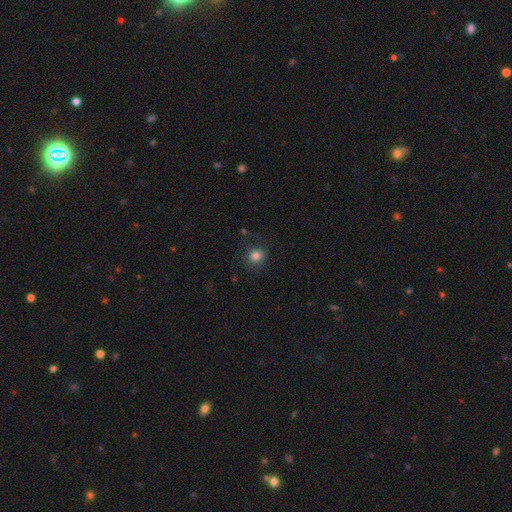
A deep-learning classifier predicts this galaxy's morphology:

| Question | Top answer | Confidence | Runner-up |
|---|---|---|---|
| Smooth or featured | smooth | 82% | star or artifact (12%) |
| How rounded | round | 80% | in between (19%) |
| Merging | none | 77% | minor disturbance (15%) |